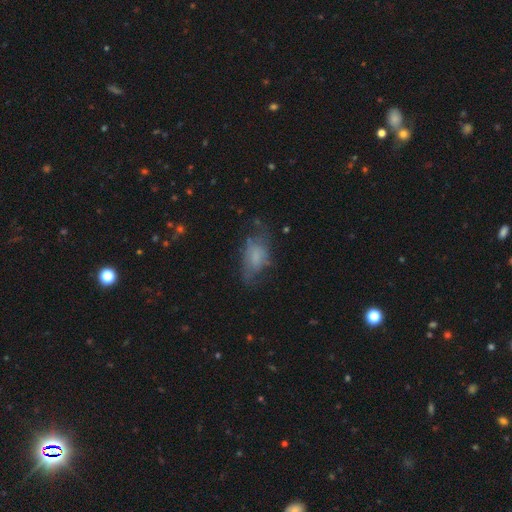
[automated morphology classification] type=smooth (53%); roundness=in between (88%); merging=none (44%).